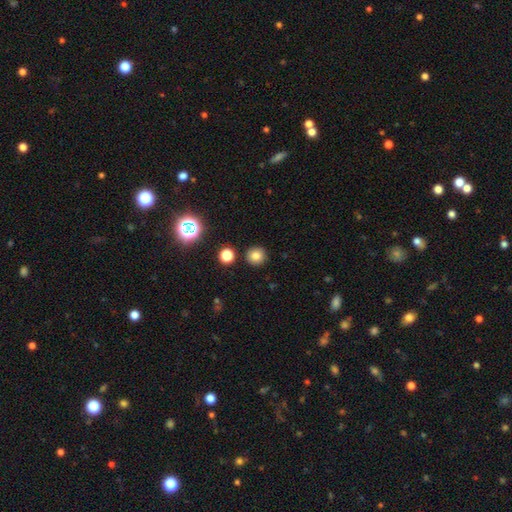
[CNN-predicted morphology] Smooth or featured? smooth (79%)
How rounded? round (93%)
Merging? none (90%)